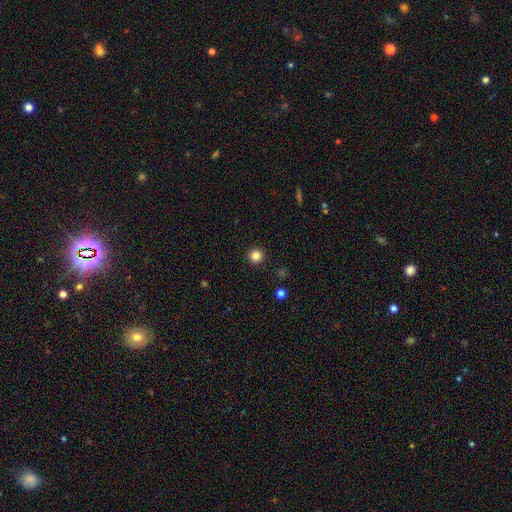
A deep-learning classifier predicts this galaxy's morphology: smooth_or_featured: smooth (p=0.84) [alt: star or artifact p=0.12]
how_rounded: round (p=0.96) [alt: in between p=0.03]
merging: none (p=0.93) [alt: minor disturbance p=0.04]